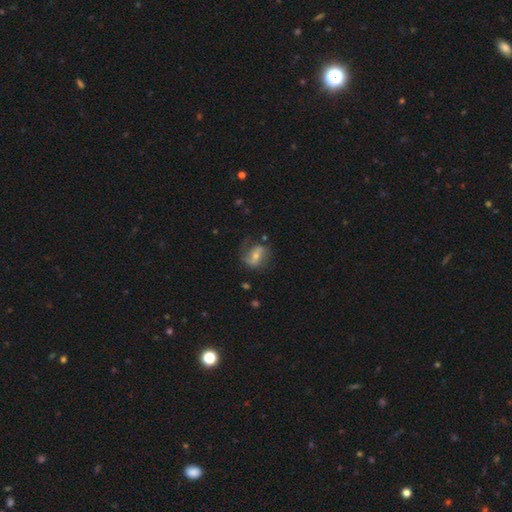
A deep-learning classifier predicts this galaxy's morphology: This appears to be a featured or disk galaxy (64%) with a weak bar (38%), 2 (79%) loose (49%) spiral arms (83%) and a moderate central bulge (52%). Merging: none (64%).